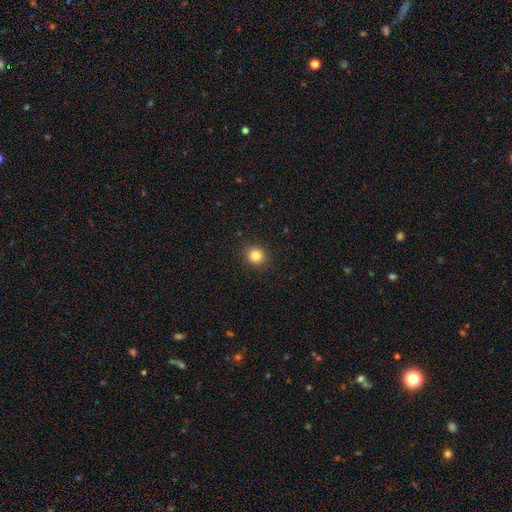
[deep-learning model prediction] Smooth or featured? Predicted: smooth (p=0.84). How rounded? Predicted: round (p=0.87). Merging? Predicted: none (p=0.90).